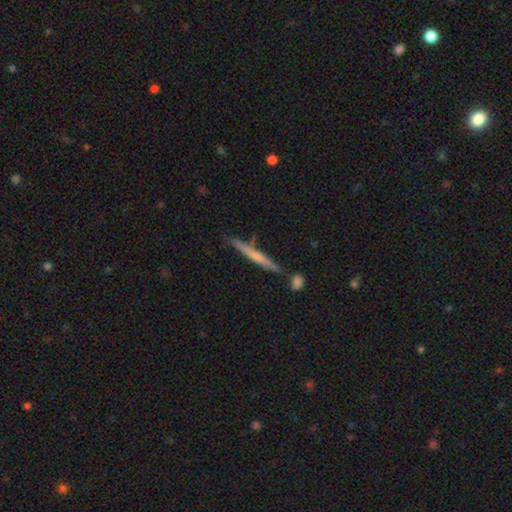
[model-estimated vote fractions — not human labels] Overall: featured or disk (48%; smooth 46%). Merging: none (77%).